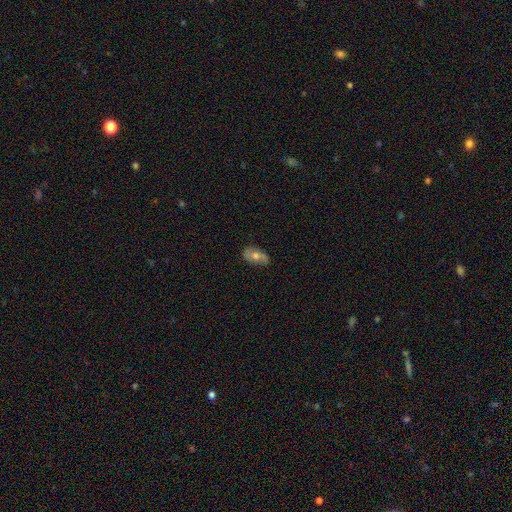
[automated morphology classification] type=smooth (53%); roundness=in between (87%); merging=none (78%).